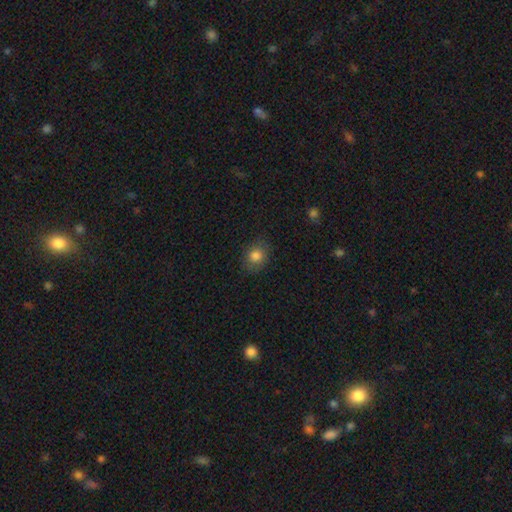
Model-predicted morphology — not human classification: A smooth galaxy with no disk features (82%) that is round (58%).

Vote fractions:
- Smooth or featured? smooth: 82% / star or artifact: 11% / featured or disk: 7%
- How rounded? round: 58% / in between: 41% / cigar-shaped: 1%
- Merging? none: 82% / minor disturbance: 13% / major disturbance: 4% / merger: 1%